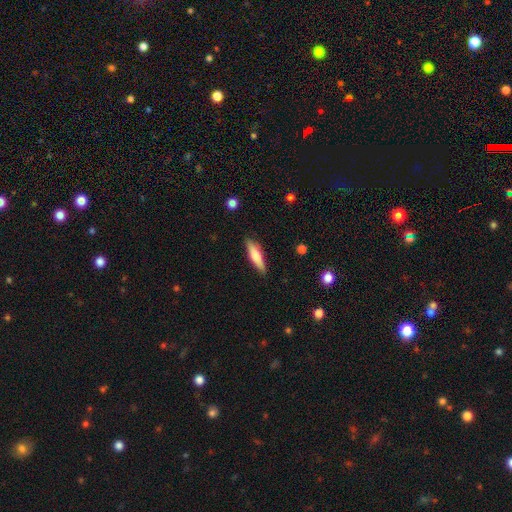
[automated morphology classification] Smooth or featured: smooth — 62% (featured or disk — 32%)
How rounded: cigar-shaped — 73% (in between — 25%)
Merging: none — 88% (minor disturbance — 9%)